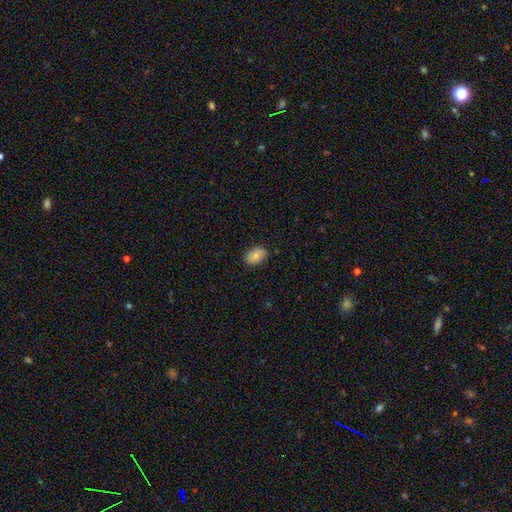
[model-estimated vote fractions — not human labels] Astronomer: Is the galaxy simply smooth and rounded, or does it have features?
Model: smooth — 78%.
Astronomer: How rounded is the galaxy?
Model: in between — 85%.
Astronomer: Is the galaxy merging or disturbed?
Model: none — 85%.